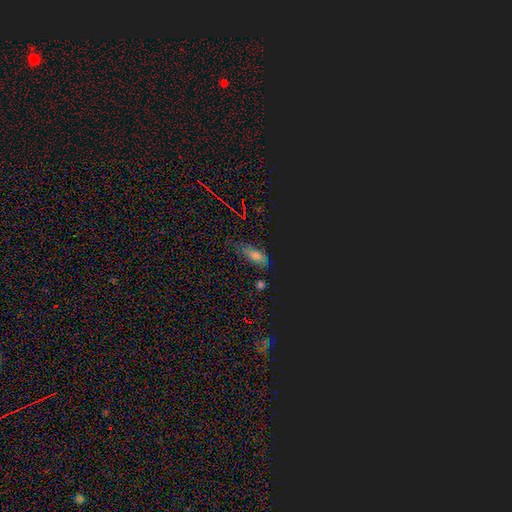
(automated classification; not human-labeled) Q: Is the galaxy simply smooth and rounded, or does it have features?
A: star or artifact — 44%, tied with smooth.